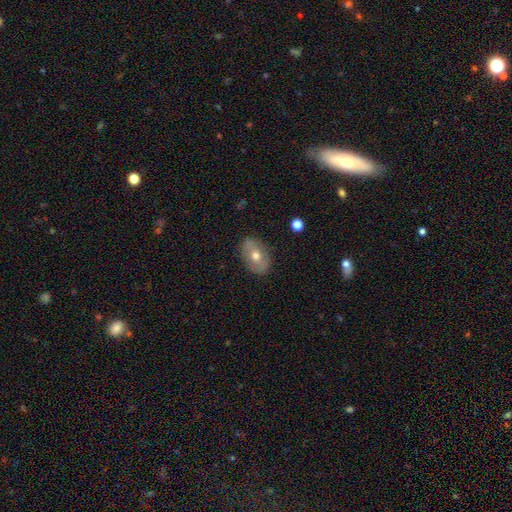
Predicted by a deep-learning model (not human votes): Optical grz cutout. It shows a smooth galaxy with no disk features (54%) that is in between round and cigar-shaped (79%). Merging: none (83%).